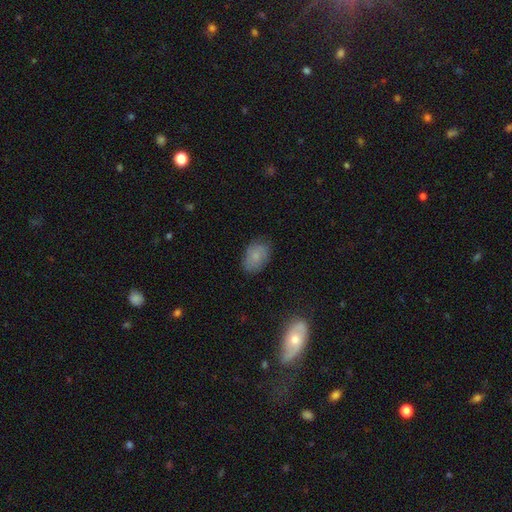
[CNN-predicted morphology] Smooth or featured: smooth — 77% (featured or disk — 15%)
How rounded: in between — 84% (round — 15%)
Merging: none — 77% (minor disturbance — 18%)